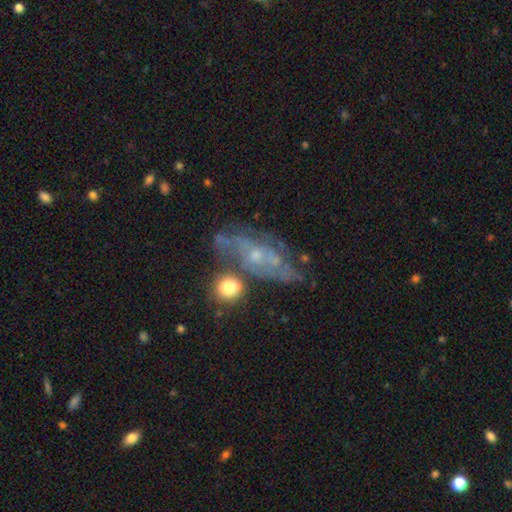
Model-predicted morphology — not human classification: Q: Smooth or featured?
A: featured or disk (72%); runner-up: smooth (17%)
Q: Edge-on disk?
A: no (87%); runner-up: yes (13%)
Q: Bar?
A: no (69%); runner-up: weak (25%)
Q: Spiral arms?
A: yes (75%); runner-up: no (25%)
Q: Bulge size?
A: small (66%); runner-up: moderate (26%)
Q: Merging?
A: none (51%); runner-up: minor disturbance (21%)